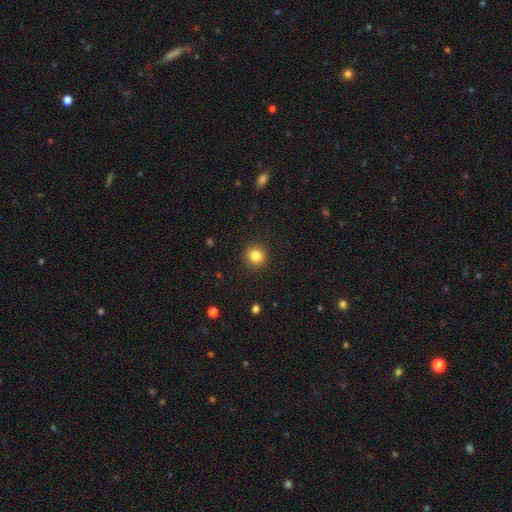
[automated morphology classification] Smooth or featured?
  - smooth: 85% *
  - star or artifact: 11%
  - featured or disk: 5%
How rounded?
  - round: 91% *
  - in between: 8%
  - cigar-shaped: 1%
Merging?
  - none: 91% *
  - minor disturbance: 6%
  - major disturbance: 2%
  - merger: 1%